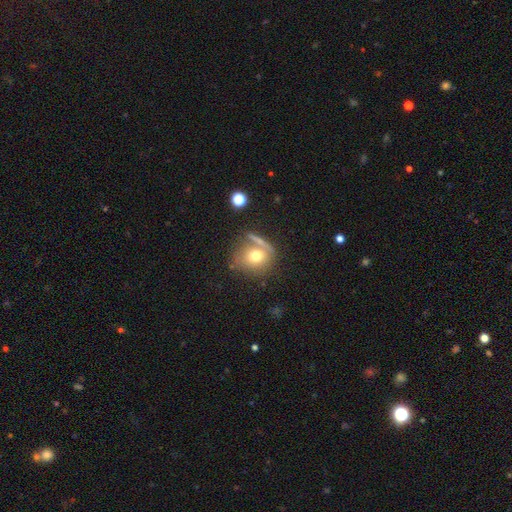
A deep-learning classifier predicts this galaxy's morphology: type=smooth (69%); roundness=round (81%); merging=none (57%).